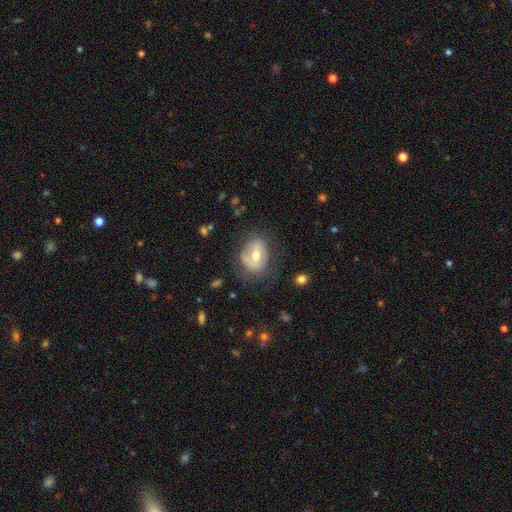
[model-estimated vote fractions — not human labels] A smooth galaxy with no disk features (49%). Merging: none (58%).